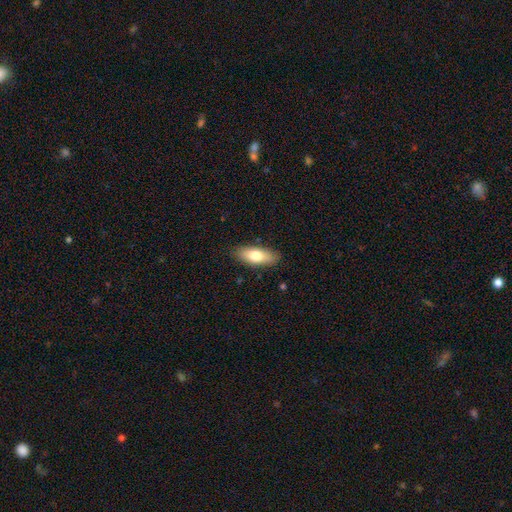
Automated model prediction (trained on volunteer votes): smooth_or_featured: smooth (p=0.73) [alt: featured or disk p=0.21]
how_rounded: in between (p=0.75) [alt: cigar-shaped p=0.22]
merging: none (p=0.86) [alt: minor disturbance p=0.11]